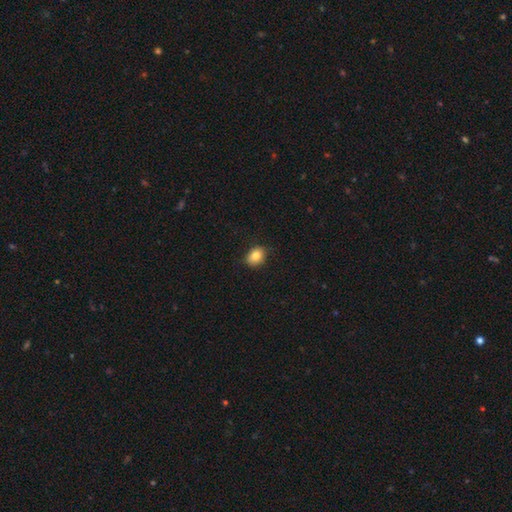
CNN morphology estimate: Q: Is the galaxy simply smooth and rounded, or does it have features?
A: smooth — 83%.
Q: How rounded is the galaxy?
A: in between — 58%.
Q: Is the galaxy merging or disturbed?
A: none — 83%.